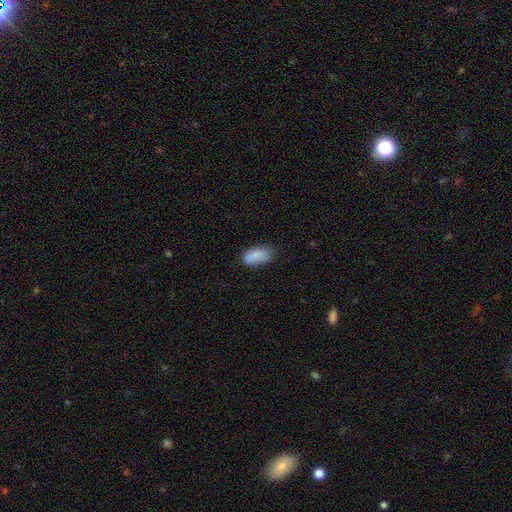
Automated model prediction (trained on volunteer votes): smooth_or_featured: smooth (p=0.85) [alt: star or artifact p=0.08]
how_rounded: in between (p=0.91) [alt: cigar-shaped p=0.06]
merging: none (p=0.66) [alt: minor disturbance p=0.27]